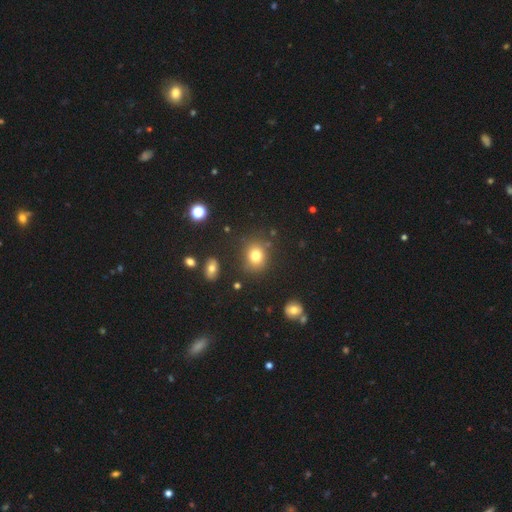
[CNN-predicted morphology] The model was most divided on "how rounded": round: 64%, in between: 35%, cigar-shaped: 1%. More confident: merging — none (81%); smooth or featured — smooth (77%).